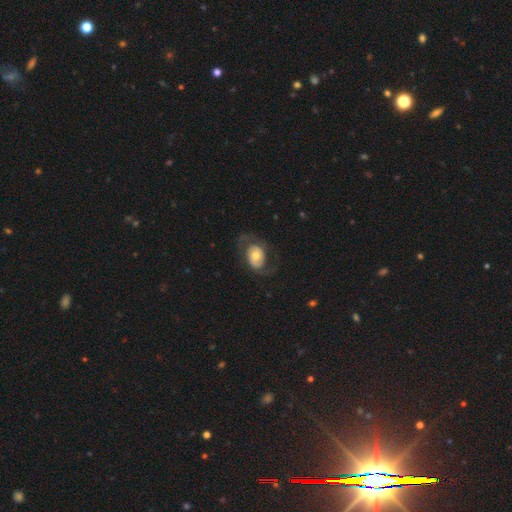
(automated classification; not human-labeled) Q: Smooth or featured?
A: featured or disk (59%); runner-up: smooth (34%)
Q: Edge-on disk?
A: no (95%); runner-up: yes (5%)
Q: Bar?
A: no (73%); runner-up: weak (20%)
Q: Spiral arms?
A: yes (68%); runner-up: no (32%)
Q: Bulge size?
A: moderate (64%); runner-up: small (21%)
Q: Merging?
A: none (60%); runner-up: major disturbance (21%)